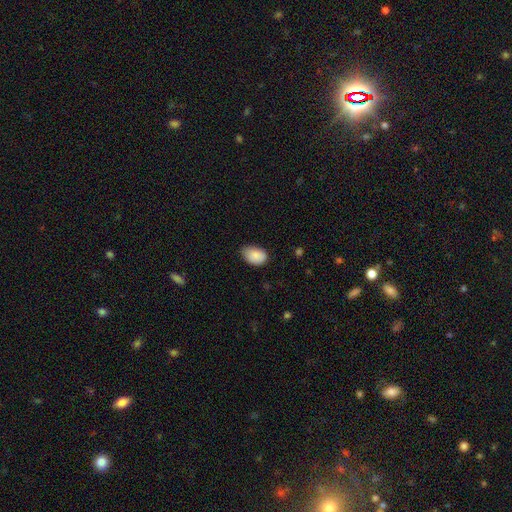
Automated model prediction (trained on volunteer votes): smooth-or-featured: smooth: 87% | star or artifact: 7% | featured or disk: 6%
  how-rounded: in between: 85% | round: 14% | cigar-shaped: 1%
  merging: none: 58% | minor disturbance: 36% | major disturbance: 5% | merger: 1%